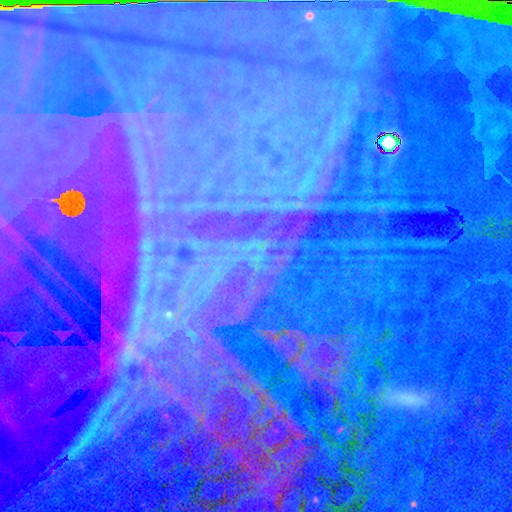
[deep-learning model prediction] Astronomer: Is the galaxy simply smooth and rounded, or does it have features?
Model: star or artifact — 88%.